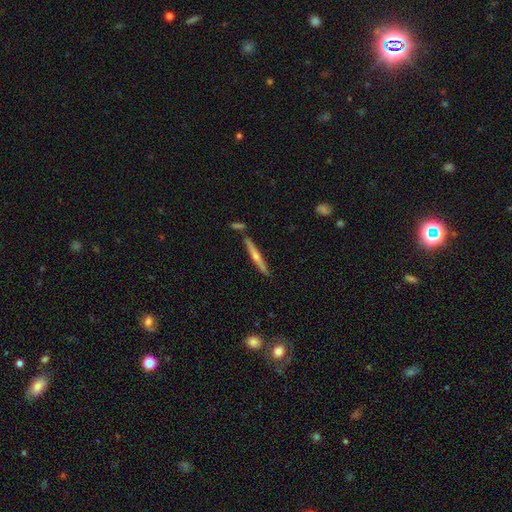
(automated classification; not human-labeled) A featured or disk galaxy (66%) viewed edge-on (97%) with a rounded central bulge (83%).

Vote fractions:
- Smooth or featured? featured or disk: 66% / smooth: 27% / star or artifact: 6%
- Edge-on disk? yes: 97% / no: 3%
- Edge-on bulge? rounded: 83% / none: 13% / boxy: 4%
- Merging? none: 85% / minor disturbance: 8% / merger: 5% / major disturbance: 2%